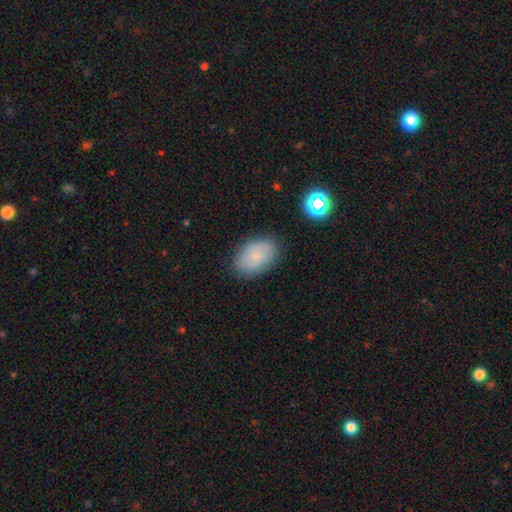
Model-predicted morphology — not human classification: Smooth or featured: smooth — 81% (featured or disk — 10%)
How rounded: in between — 88% (round — 10%)
Merging: none — 84% (minor disturbance — 12%)